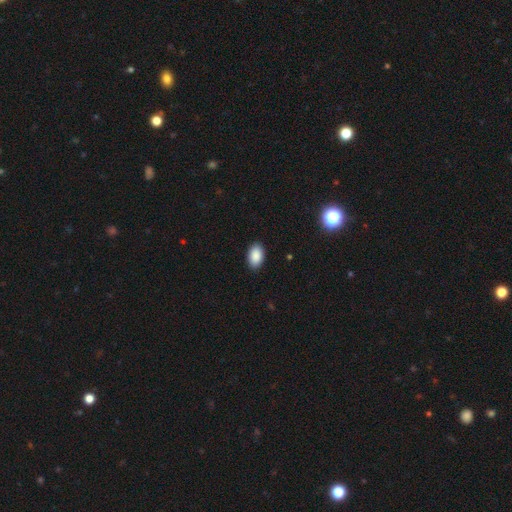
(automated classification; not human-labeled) Overall: smooth (90%). How rounded: in between (93%). Merging: none (89%).